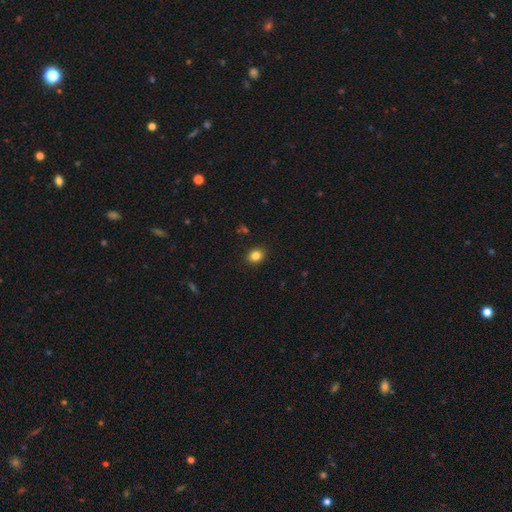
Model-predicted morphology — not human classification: type=smooth (84%); roundness=round (61%); merging=none (90%).